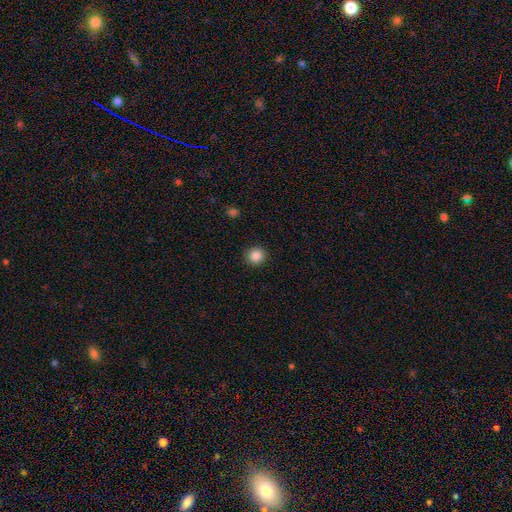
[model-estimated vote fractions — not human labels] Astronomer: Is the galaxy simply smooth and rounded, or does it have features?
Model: smooth — 86%.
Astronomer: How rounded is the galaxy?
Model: round — 92%.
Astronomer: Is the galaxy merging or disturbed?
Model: none — 92%.